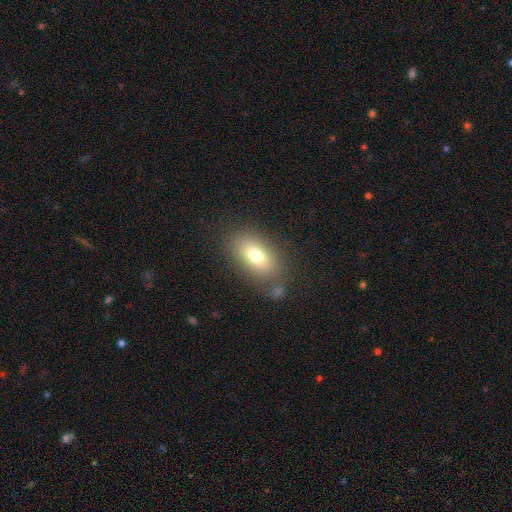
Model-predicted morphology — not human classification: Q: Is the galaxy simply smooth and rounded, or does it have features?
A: smooth — 75%.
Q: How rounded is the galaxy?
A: in between — 87%.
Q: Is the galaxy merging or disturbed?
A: none — 75%.